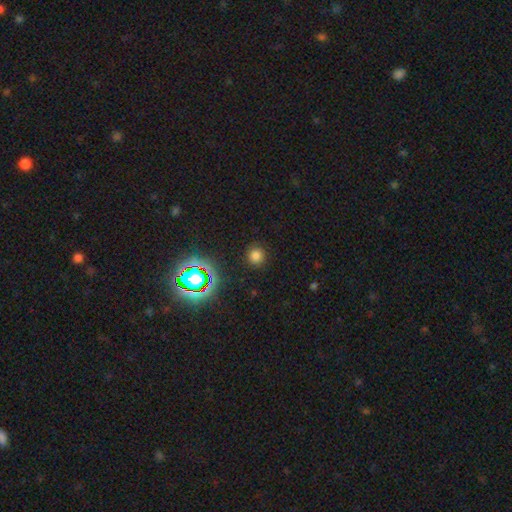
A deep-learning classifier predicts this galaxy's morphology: The model was most divided on "smooth or featured": smooth: 74%, star or artifact: 20%, featured or disk: 5%. More confident: how rounded — round (93%); merging — none (89%).